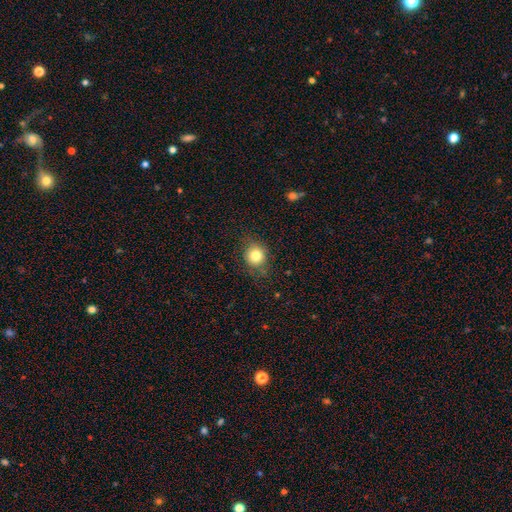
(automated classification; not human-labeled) smooth_or_featured: smooth (p=0.81) [alt: star or artifact p=0.11]
how_rounded: round (p=0.78) [alt: in between p=0.21]
merging: none (p=0.77) [alt: minor disturbance p=0.17]